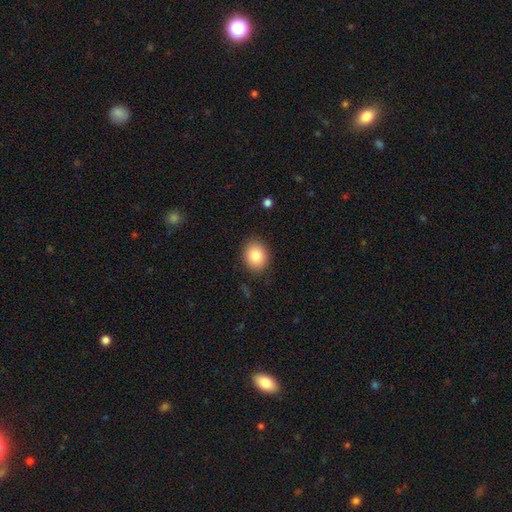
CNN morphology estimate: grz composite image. It shows a smooth galaxy with no disk features (84%) that is round (58%). Merging: none (87%).